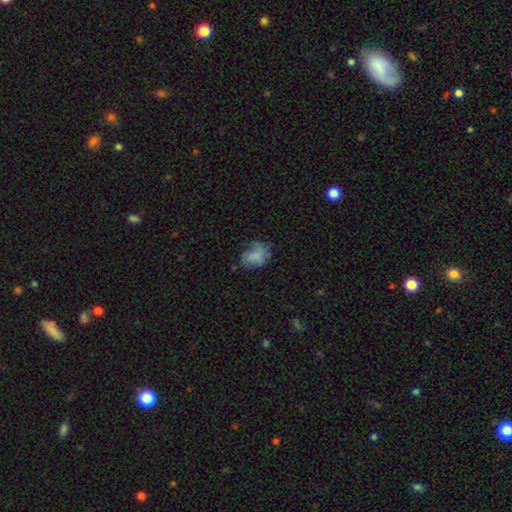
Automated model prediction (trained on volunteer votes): Q: Smooth or featured?
A: smooth (55%); runner-up: featured or disk (35%)
Q: How rounded?
A: in between (61%); runner-up: round (37%)
Q: Merging?
A: none (48%); runner-up: minor disturbance (29%)